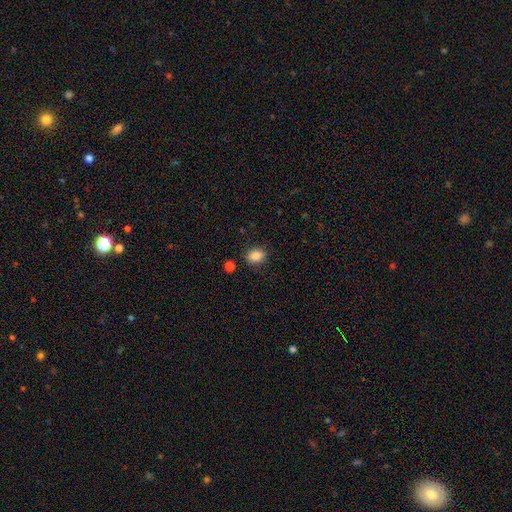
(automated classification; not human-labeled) Smooth or featured: smooth — 86% (star or artifact — 9%)
How rounded: in between — 61% (round — 38%)
Merging: none — 84% (minor disturbance — 10%)